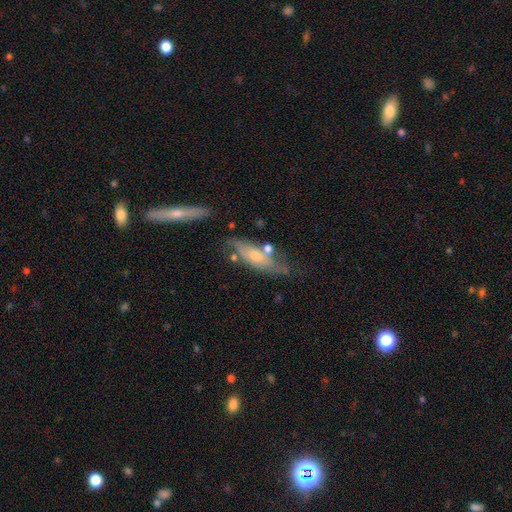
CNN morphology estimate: smooth_or_featured: featured or disk (p=0.53) [alt: smooth p=0.40]
disk_edge_on: yes (p=0.53) [alt: no p=0.47]
merging: none (p=0.55) [alt: minor disturbance p=0.23]